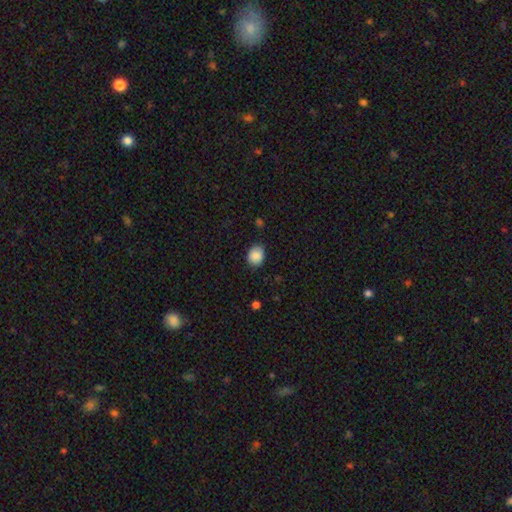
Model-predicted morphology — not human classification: type=smooth (88%); roundness=round (50%); merging=none (81%).